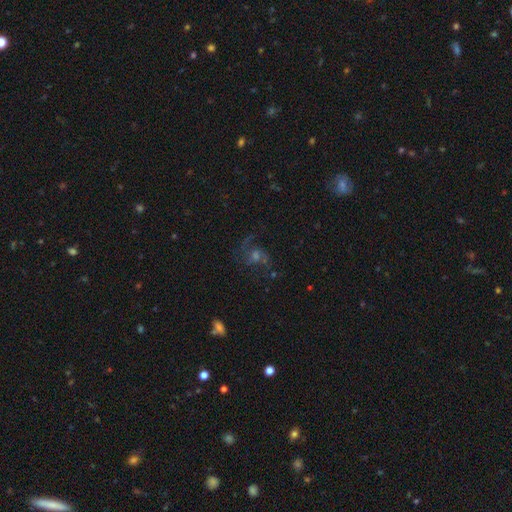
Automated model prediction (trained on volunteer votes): Q: Smooth or featured?
A: featured or disk (64%); runner-up: star or artifact (21%)
Q: Edge-on disk?
A: no (97%); runner-up: yes (3%)
Q: Bar?
A: no (64%); runner-up: weak (29%)
Q: Spiral arms?
A: yes (90%); runner-up: no (10%)
Q: Spiral winding?
A: loose (47%); runner-up: medium (43%)
Q: Spiral arm count?
A: 2 (76%); runner-up: 1 (11%)
Q: Bulge size?
A: moderate (49%); runner-up: small (30%)
Q: Merging?
A: none (63%); runner-up: major disturbance (19%)